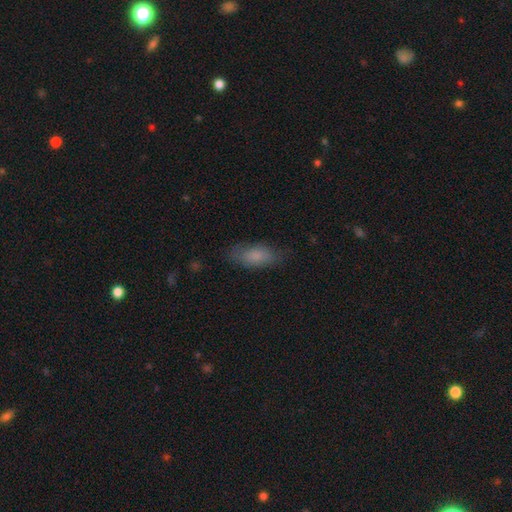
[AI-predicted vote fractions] This is likely a smooth galaxy (79%). How rounded: clearly in between (82%). Merging: likely none (75%).